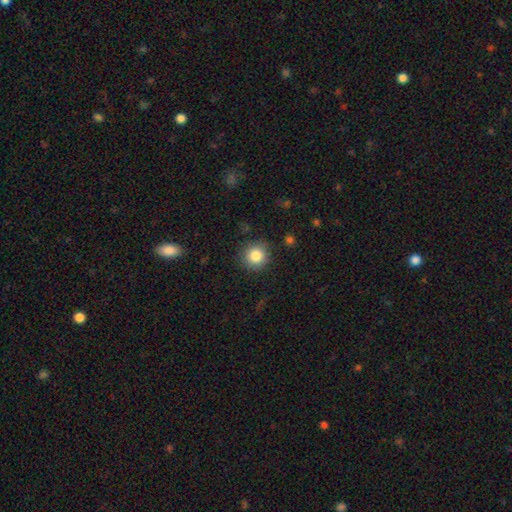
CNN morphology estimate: The model was most divided on "smooth or featured": smooth: 84%, star or artifact: 10%, featured or disk: 6%. More confident: how rounded — round (94%); merging — none (88%).